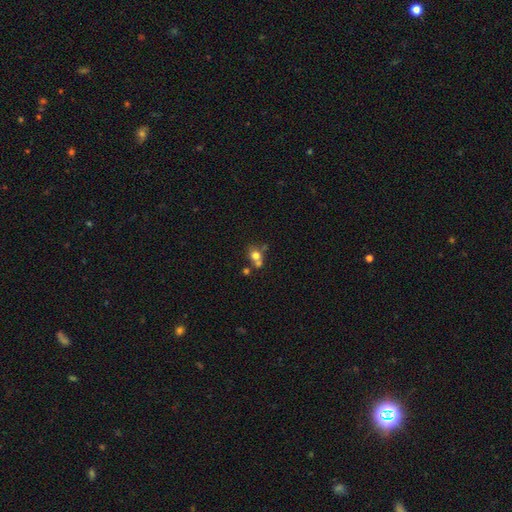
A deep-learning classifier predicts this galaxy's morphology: smooth 70%, featured or disk 17%, star or artifact 13%. Down the decision tree: how rounded — round (69%); merging — merger (43%).